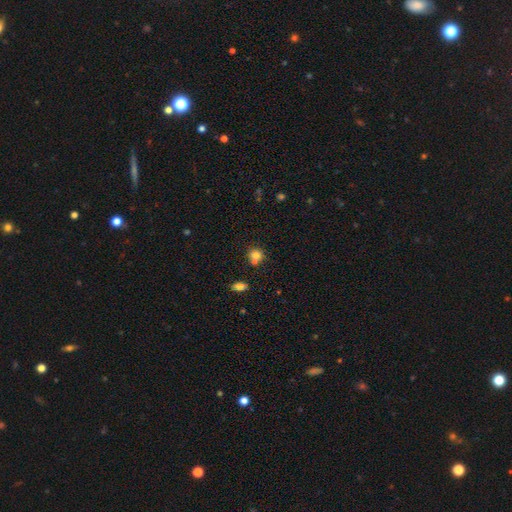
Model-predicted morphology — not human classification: smooth-or-featured: smooth: 77% | star or artifact: 13% | featured or disk: 10%
  how-rounded: round: 80% | in between: 18% | cigar-shaped: 1%
  merging: none: 53% | merger: 32% | minor disturbance: 11% | major disturbance: 3%